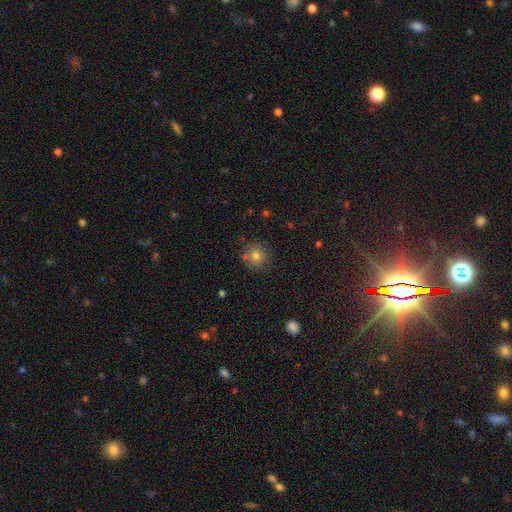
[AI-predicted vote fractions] This appears to be a smooth galaxy with no disk features (76%) that is round (90%). Merging: none (79%).